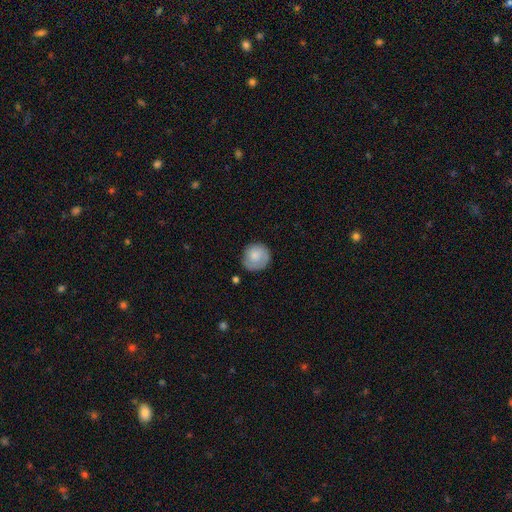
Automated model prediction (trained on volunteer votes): This is likely a smooth galaxy (76%). How rounded: clearly round (89%). Merging: likely none (76%).